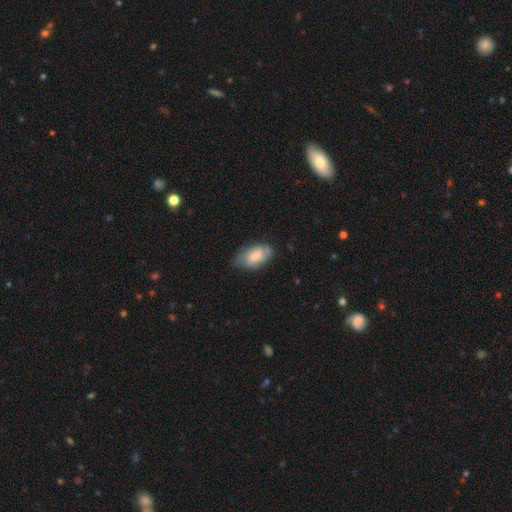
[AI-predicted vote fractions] The model was most divided on "smooth or featured": smooth: 57%, featured or disk: 36%, star or artifact: 7%. More confident: how rounded — in between (92%); merging — none (58%).